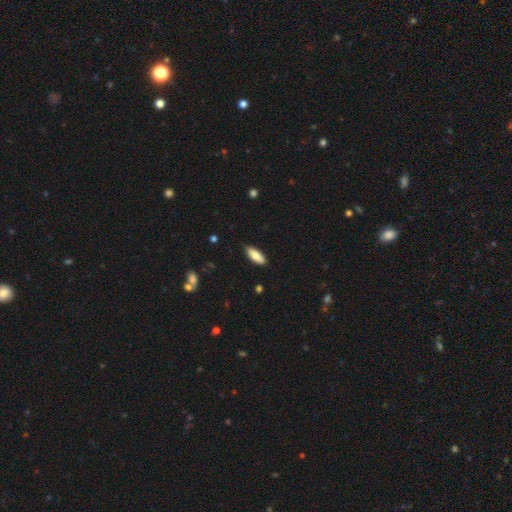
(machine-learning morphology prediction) smooth_or_featured: smooth (p=0.81) [alt: featured or disk p=0.13]
how_rounded: in between (p=0.71) [alt: cigar-shaped p=0.27]
merging: none (p=0.85) [alt: minor disturbance p=0.12]